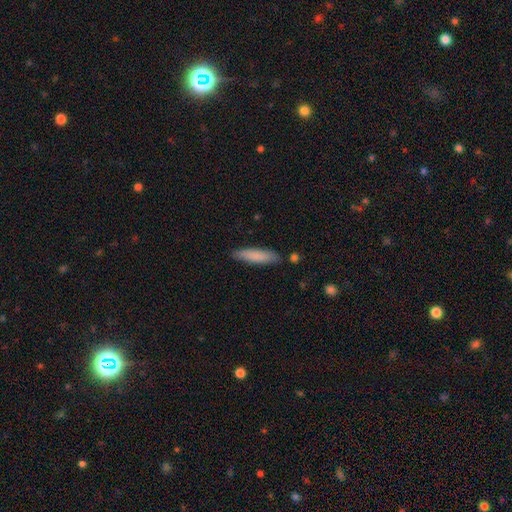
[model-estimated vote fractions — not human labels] Smooth or featured? smooth (82%)
How rounded? cigar-shaped (81%)
Merging? none (85%)